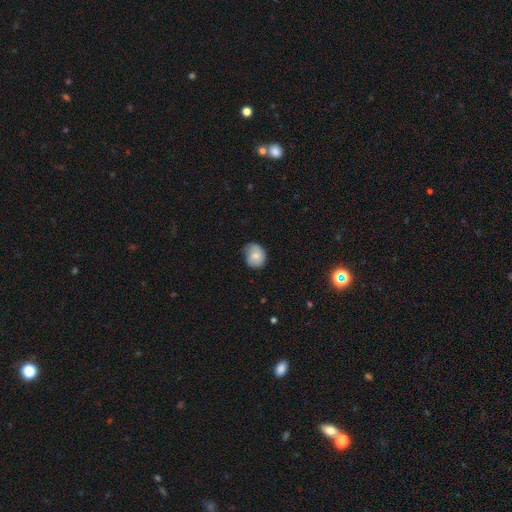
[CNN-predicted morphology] Smooth or featured? Predicted: smooth (p=0.73). How rounded? Predicted: round (p=0.63). Merging? Predicted: none (p=0.57).